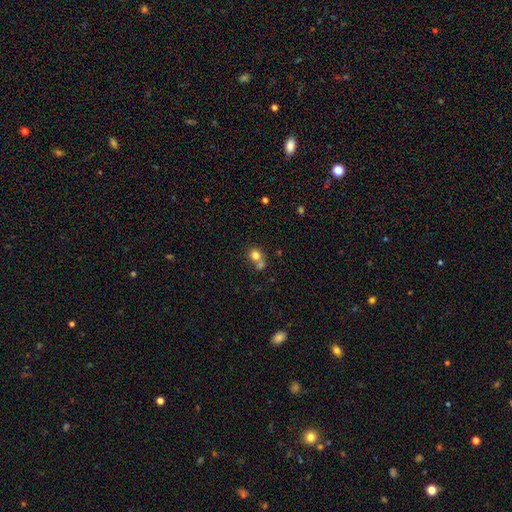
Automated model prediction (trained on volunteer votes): Smooth or featured? smooth (78%)
How rounded? round (80%)
Merging? merger (45%)